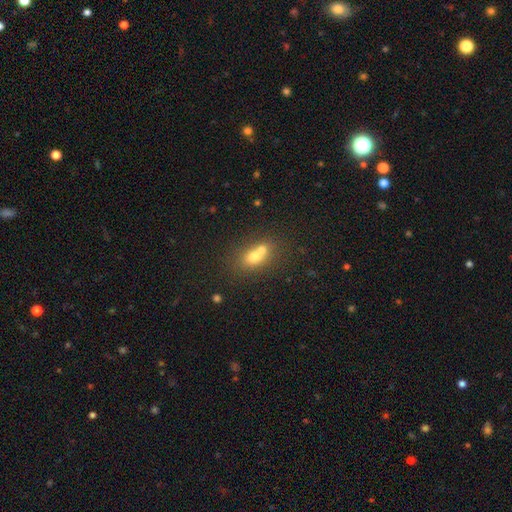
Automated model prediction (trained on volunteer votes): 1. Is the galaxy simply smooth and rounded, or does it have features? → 67% smooth, 22% featured or disk, 12% star or artifact.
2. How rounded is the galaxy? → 58% in between, 40% round, 2% cigar-shaped.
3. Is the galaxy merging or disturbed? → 63% merger, 27% none, 7% minor disturbance, 3% major disturbance.